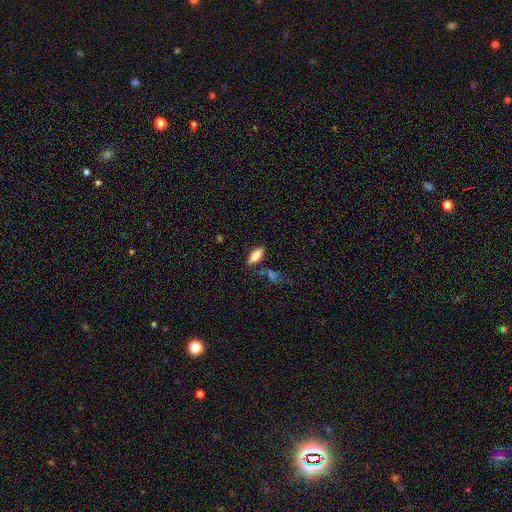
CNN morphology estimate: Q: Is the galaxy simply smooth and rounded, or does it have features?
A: smooth — 82%.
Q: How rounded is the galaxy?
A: in between — 82%.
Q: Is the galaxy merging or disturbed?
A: none — 76%.